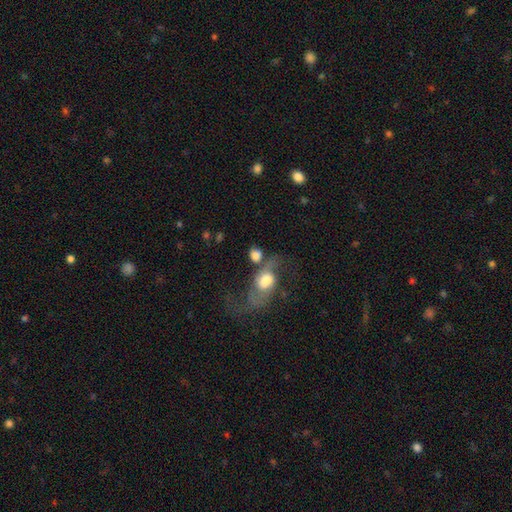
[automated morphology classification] smooth_or_featured: smooth (p=0.64) [alt: featured or disk p=0.26]
how_rounded: round (p=0.52) [alt: in between p=0.45]
merging: merger (p=0.35) [tied with: none p=0.35]